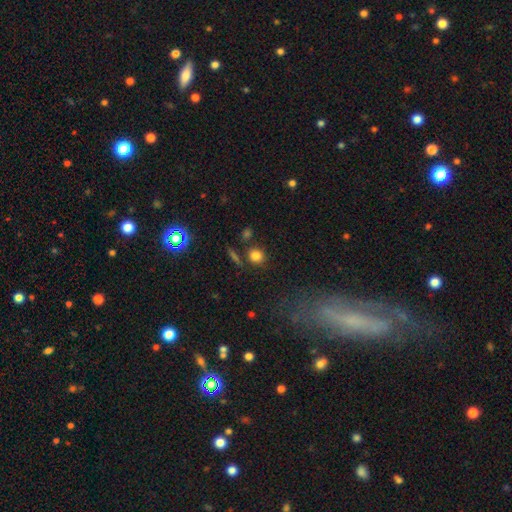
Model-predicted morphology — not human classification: type=smooth (81%); roundness=round (85%); merging=none (78%).